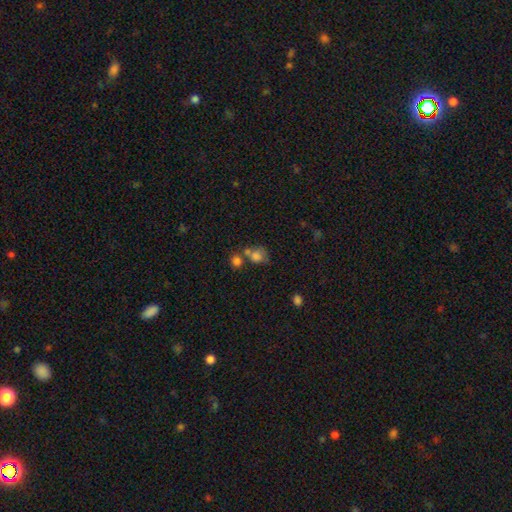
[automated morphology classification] Smooth or featured? smooth (76%)
How rounded? round (73%)
Merging? none (41%)